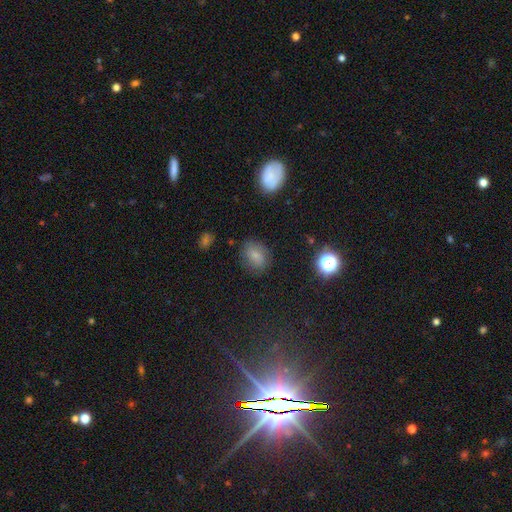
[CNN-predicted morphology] Smooth or featured: smooth — 72% (star or artifact — 14%)
How rounded: in between — 58% (round — 40%)
Merging: none — 76% (minor disturbance — 16%)